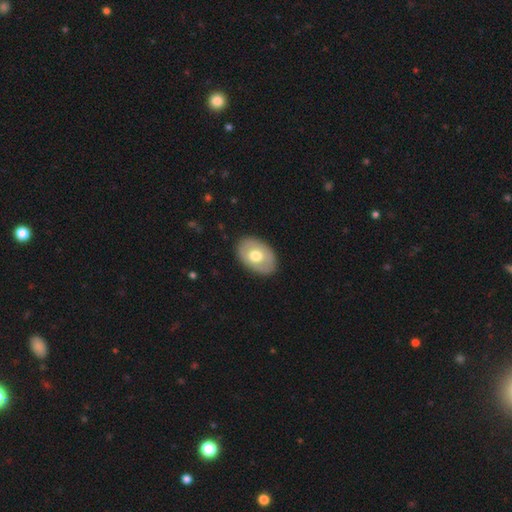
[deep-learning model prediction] Q: Smooth or featured?
A: smooth (61%); runner-up: featured or disk (33%)
Q: How rounded?
A: in between (85%); runner-up: round (14%)
Q: Merging?
A: none (86%); runner-up: minor disturbance (10%)